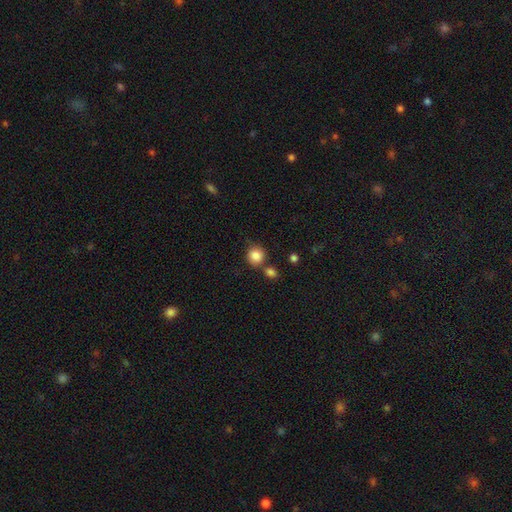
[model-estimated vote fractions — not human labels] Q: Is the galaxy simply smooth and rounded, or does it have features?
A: smooth — 86%.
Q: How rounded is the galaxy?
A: round — 88%.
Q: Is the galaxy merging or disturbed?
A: none — 69%.